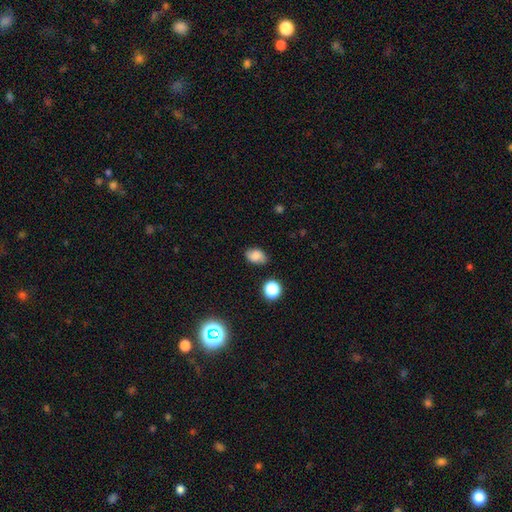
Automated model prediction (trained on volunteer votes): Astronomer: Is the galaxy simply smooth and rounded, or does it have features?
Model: smooth — 73%.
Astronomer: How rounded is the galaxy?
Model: in between — 81%.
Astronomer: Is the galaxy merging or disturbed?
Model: none — 77%.